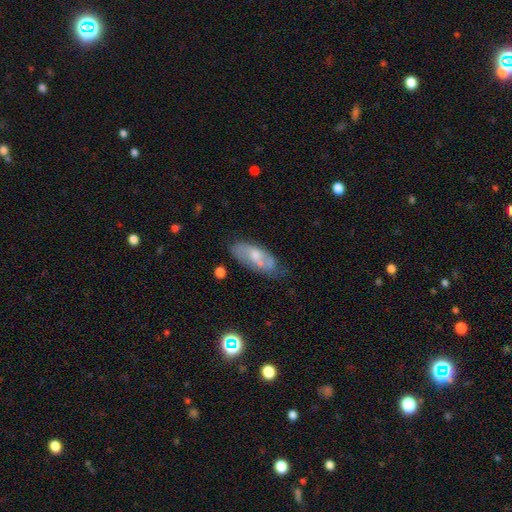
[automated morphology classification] smooth_or_featured: featured or disk (p=0.52) [alt: smooth p=0.39]
disk_edge_on: no (p=0.86) [alt: yes p=0.14]
merging: none (p=0.61) [alt: minor disturbance p=0.25]